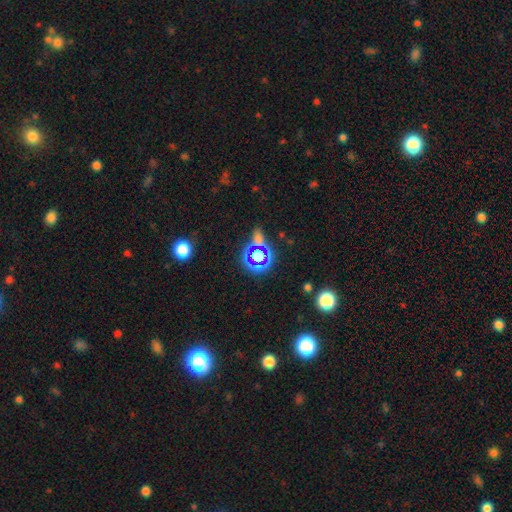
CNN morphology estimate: smooth_or_featured: star or artifact (p=0.64) [alt: smooth p=0.26]